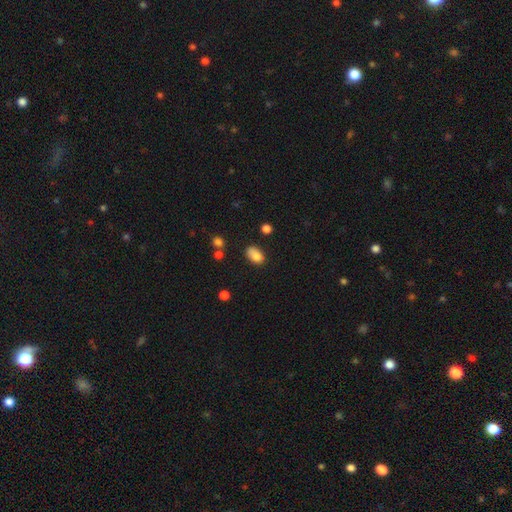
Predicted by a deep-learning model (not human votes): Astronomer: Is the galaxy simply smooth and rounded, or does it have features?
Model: smooth — 82%.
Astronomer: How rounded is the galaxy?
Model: in between — 86%.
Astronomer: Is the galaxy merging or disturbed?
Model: none — 61%.